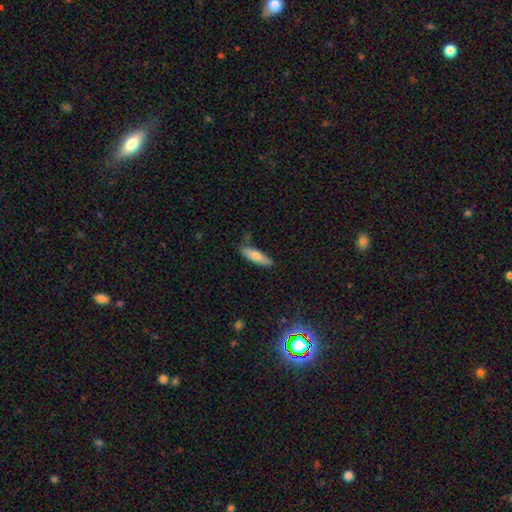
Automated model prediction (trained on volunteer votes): Smooth or featured?
  - smooth: 74% *
  - featured or disk: 20%
  - star or artifact: 7%
How rounded?
  - cigar-shaped: 61% *
  - in between: 37%
  - round: 2%
Merging?
  - none: 79% *
  - minor disturbance: 16%
  - major disturbance: 3%
  - merger: 3%